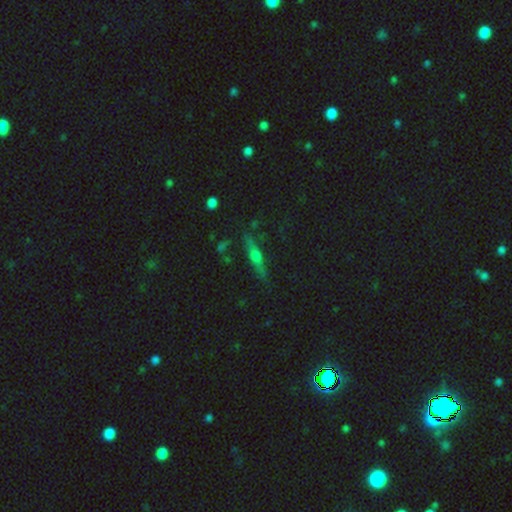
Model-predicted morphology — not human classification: This is likely a featured or disk galaxy (66%). It is clearly viewed edge-on (95%). Edge-on bulge: clearly rounded (91%). Merging: clearly none (85%).